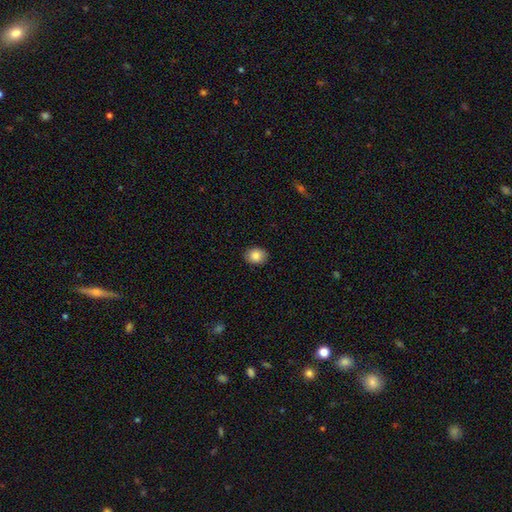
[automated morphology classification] Q: Smooth or featured?
A: smooth (86%); runner-up: star or artifact (8%)
Q: How rounded?
A: in between (57%); runner-up: round (42%)
Q: Merging?
A: none (89%); runner-up: minor disturbance (8%)